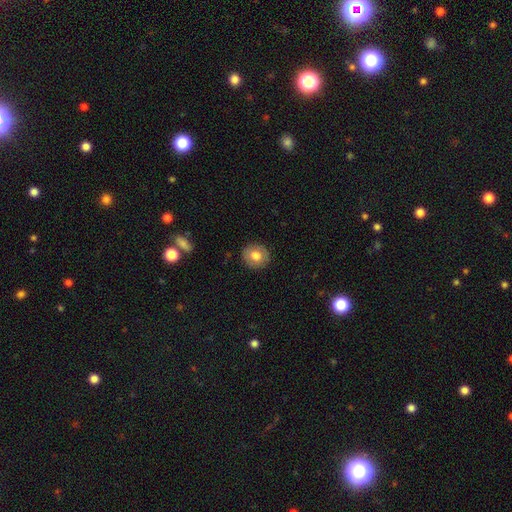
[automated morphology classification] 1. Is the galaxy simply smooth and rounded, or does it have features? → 75% smooth, 17% featured or disk, 8% star or artifact.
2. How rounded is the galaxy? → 85% round, 14% in between, 1% cigar-shaped.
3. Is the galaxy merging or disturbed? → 89% none, 8% minor disturbance, 2% major disturbance, 1% merger.